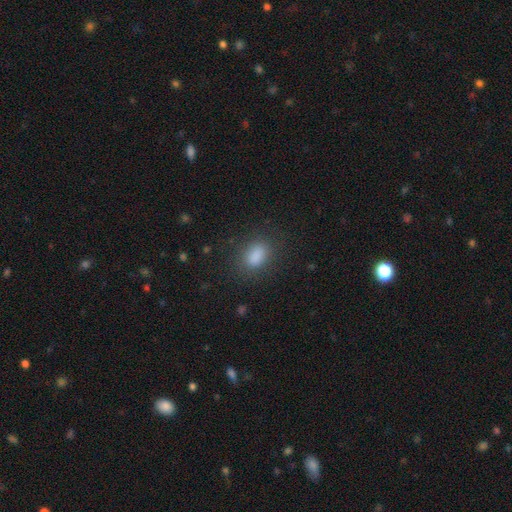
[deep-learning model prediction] Smooth or featured? smooth (85%)
How rounded? in between (80%)
Merging? none (84%)